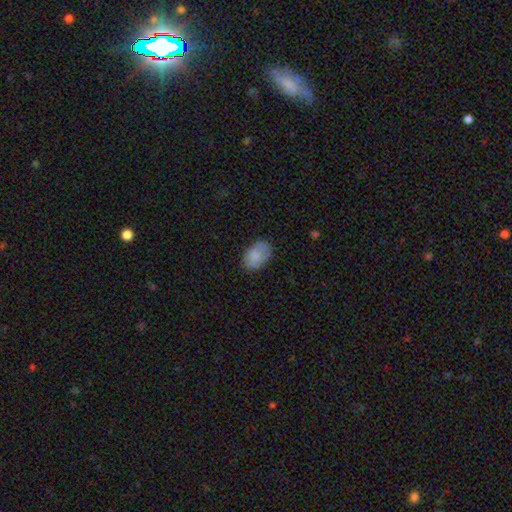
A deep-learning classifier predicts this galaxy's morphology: Smooth or featured? Predicted: smooth (p=0.84). How rounded? Predicted: in between (p=0.88). Merging? Predicted: none (p=0.78).